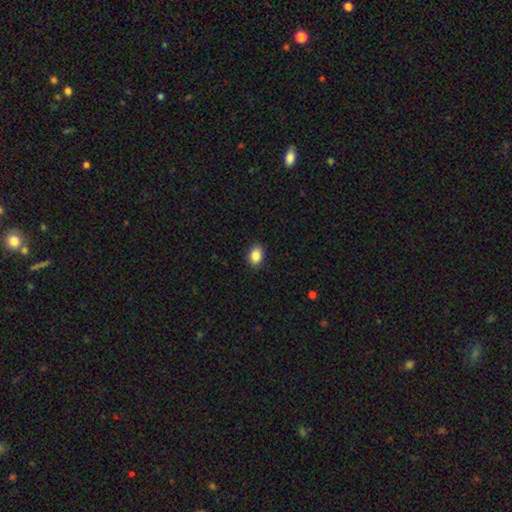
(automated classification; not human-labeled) Smooth or featured? Predicted: smooth (p=0.87). How rounded? Predicted: in between (p=0.76). Merging? Predicted: none (p=0.89).